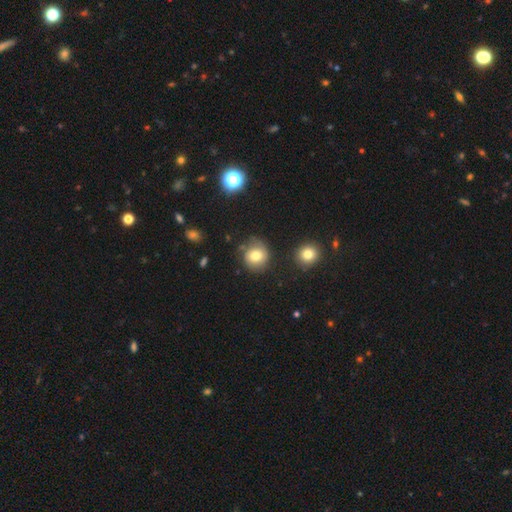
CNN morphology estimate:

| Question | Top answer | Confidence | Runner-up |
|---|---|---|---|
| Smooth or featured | smooth | 70% | featured or disk (19%) |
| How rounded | round | 82% | in between (17%) |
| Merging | none | 69% | minor disturbance (19%) |